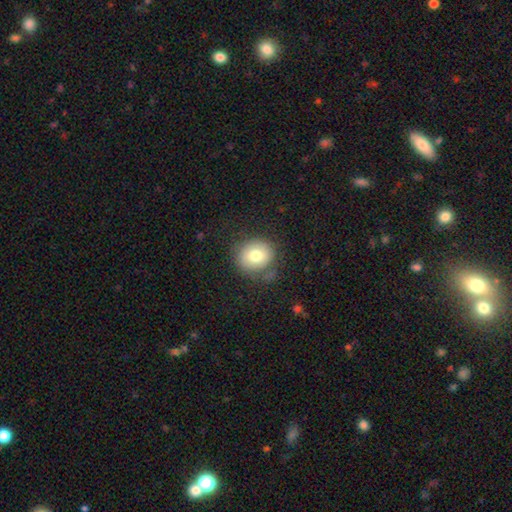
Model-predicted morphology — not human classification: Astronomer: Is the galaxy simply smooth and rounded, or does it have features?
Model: smooth — 73%.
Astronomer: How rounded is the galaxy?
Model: round — 79%.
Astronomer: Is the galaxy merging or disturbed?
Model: none — 73%.